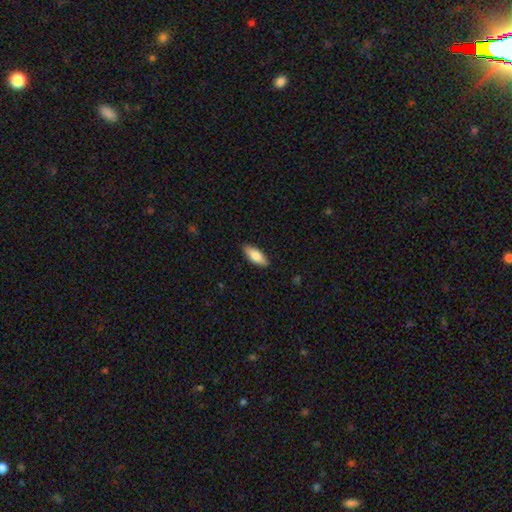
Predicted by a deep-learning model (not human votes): Smooth or featured? Predicted: smooth (p=0.77). How rounded? Predicted: in between (p=0.71). Merging? Predicted: none (p=0.89).